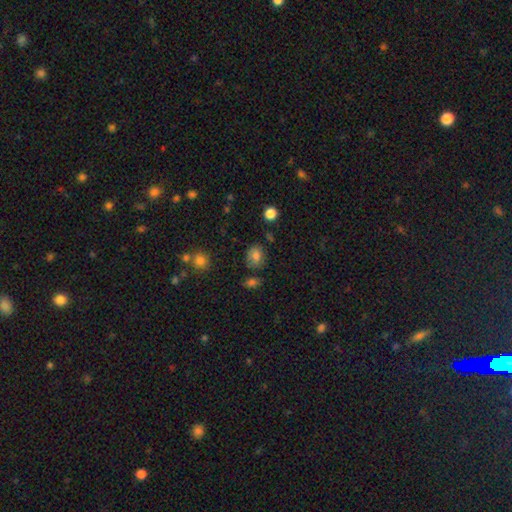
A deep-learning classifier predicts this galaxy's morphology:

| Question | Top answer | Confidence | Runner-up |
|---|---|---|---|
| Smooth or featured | smooth | 79% | star or artifact (12%) |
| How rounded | round | 52% | in between (47%) |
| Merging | none | 73% | minor disturbance (18%) |